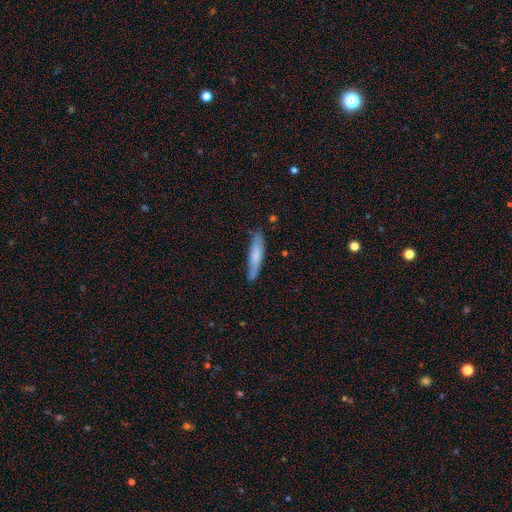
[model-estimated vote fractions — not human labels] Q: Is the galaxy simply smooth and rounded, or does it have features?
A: smooth — 68%.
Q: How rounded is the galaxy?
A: cigar-shaped — 86%.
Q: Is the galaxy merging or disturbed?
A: none — 78%.